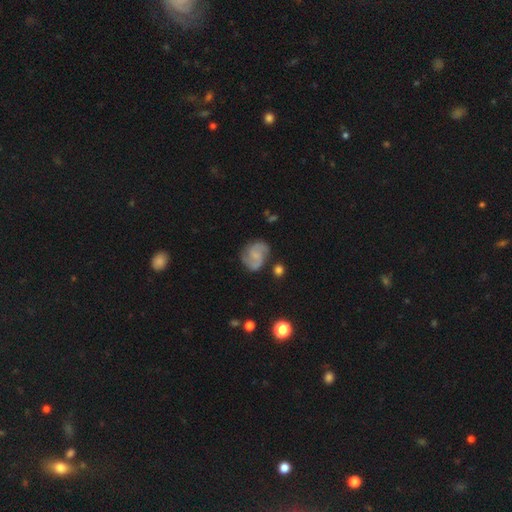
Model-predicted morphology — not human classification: A featured or disk galaxy (74%) with no bar (55%), 2 (84%) medium (50%) spiral arms (94%) and a small central bulge (44%).

Vote fractions:
- Smooth or featured? featured or disk: 74% / smooth: 19% / star or artifact: 7%
- Edge-on disk? no: 98% / yes: 2%
- Bar? no: 55% / weak: 38% / strong: 7%
- Spiral arms? yes: 94% / no: 6%
- Spiral winding? medium: 50% / loose: 28% / tight: 22%
- Spiral arm count? 2: 84% / can't tell: 6% / 3: 5% / 1: 2% / 4: 1% / more than 4: 1%
- Bulge size? small: 44% / none: 38% / moderate: 15% / large: 2% / dominant: 1%
- Merging? none: 72% / minor disturbance: 18% / major disturbance: 7% / merger: 4%